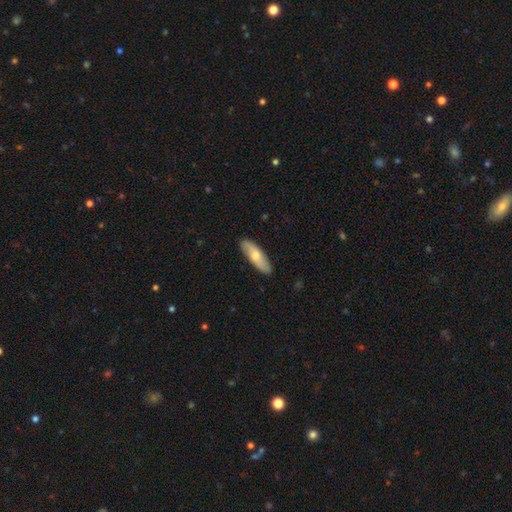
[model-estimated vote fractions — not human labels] Morphology: type=smooth (59%); roundness=in between (50%); merging=none (87%).